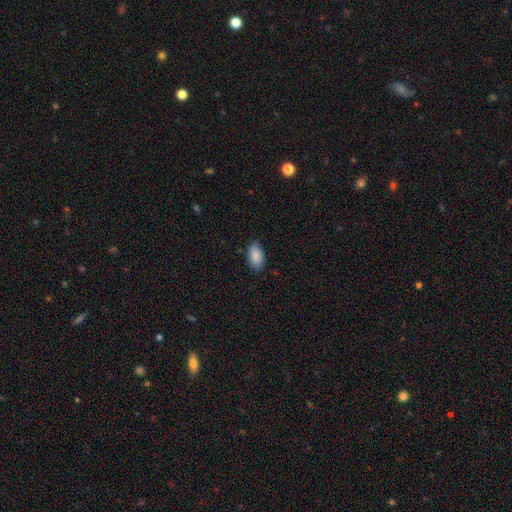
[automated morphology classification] smooth-or-featured: smooth: 88% | star or artifact: 7% | featured or disk: 6%
  how-rounded: in between: 94% | round: 4% | cigar-shaped: 2%
  merging: none: 82% | minor disturbance: 15% | major disturbance: 2% | merger: 1%